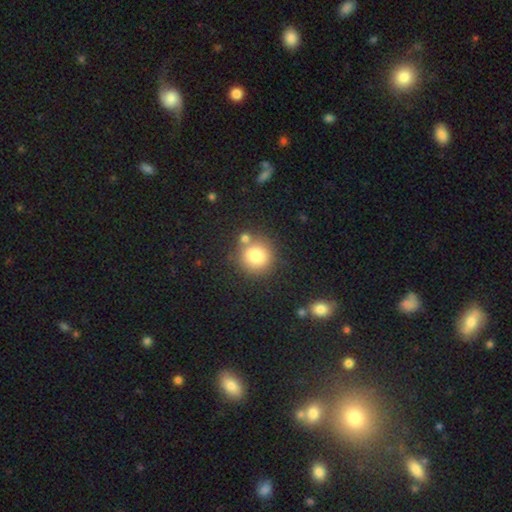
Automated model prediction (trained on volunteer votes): Smooth or featured: smooth — 81% (star or artifact — 11%)
How rounded: round — 90% (in between — 9%)
Merging: none — 71% (merger — 15%)